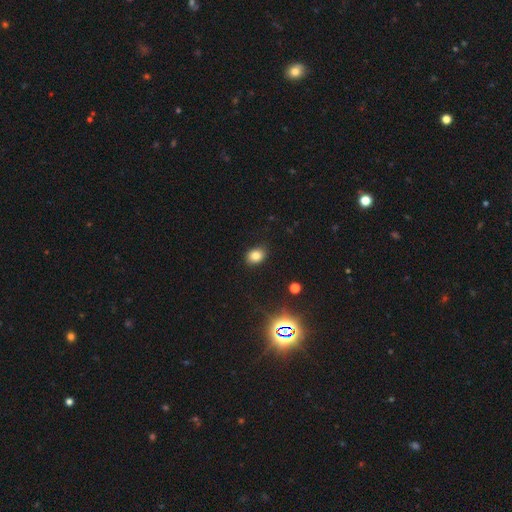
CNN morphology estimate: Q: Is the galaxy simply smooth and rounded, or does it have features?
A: smooth — 81%.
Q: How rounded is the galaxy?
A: in between — 64%.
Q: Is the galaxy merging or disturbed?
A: none — 86%.